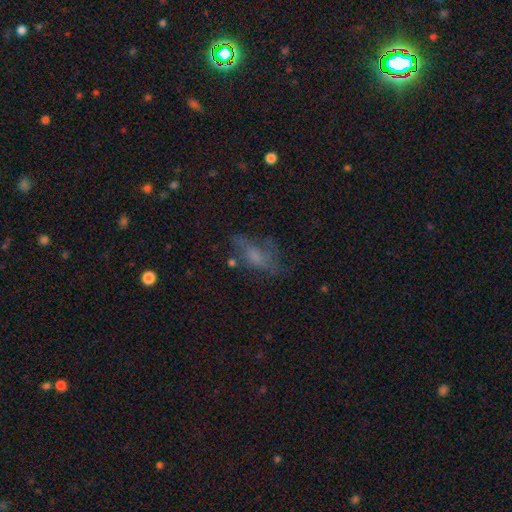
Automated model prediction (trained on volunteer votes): smooth 44%, featured or disk 37%, star or artifact 18%. Down the decision tree: merging — none (43%).